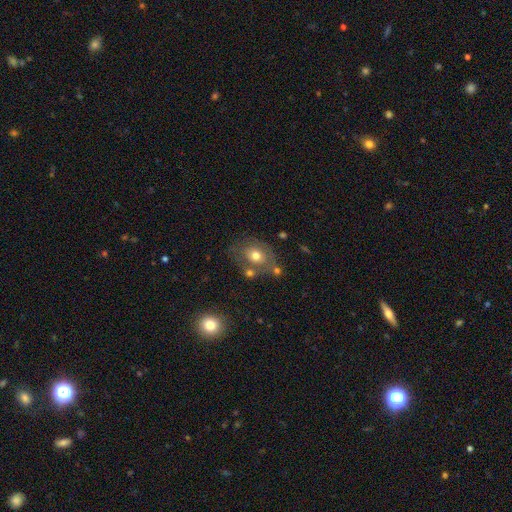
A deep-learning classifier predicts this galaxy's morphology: type=smooth (62%); roundness=in between (54%); merging=none (54%).